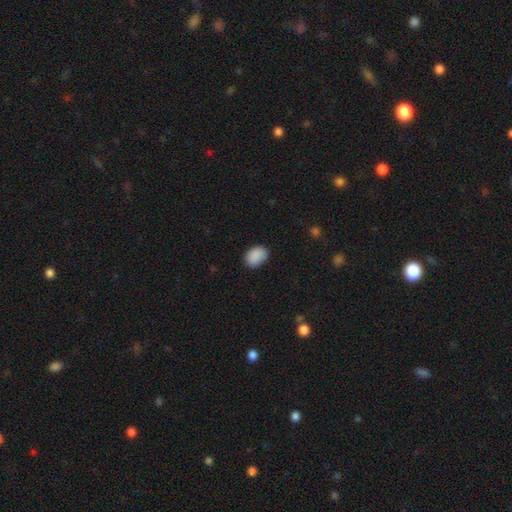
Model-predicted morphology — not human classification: Smooth or featured? Predicted: smooth (p=0.89). How rounded? Predicted: in between (p=0.79). Merging? Predicted: none (p=0.81).